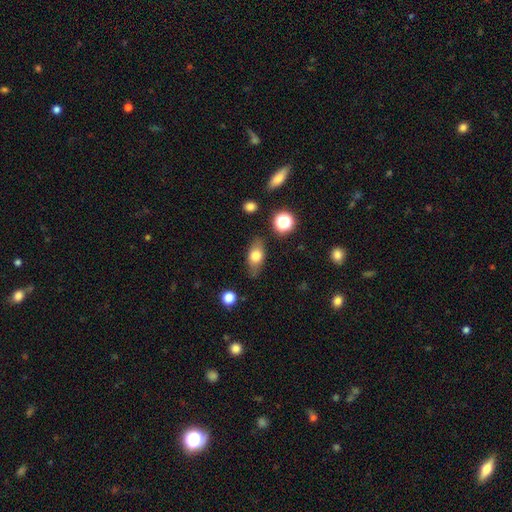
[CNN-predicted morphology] smooth 71%, featured or disk 20%, star or artifact 9%. Down the decision tree: how rounded — in between (80%); merging — none (79%).